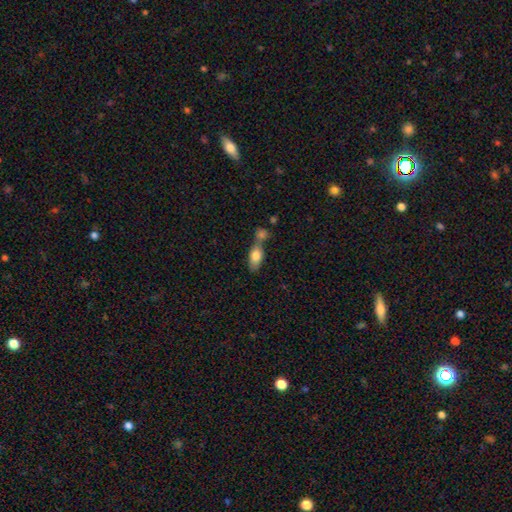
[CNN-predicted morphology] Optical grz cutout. It shows a smooth galaxy with no disk features (79%) that is in between round and cigar-shaped (85%). Merging: merger (48%).